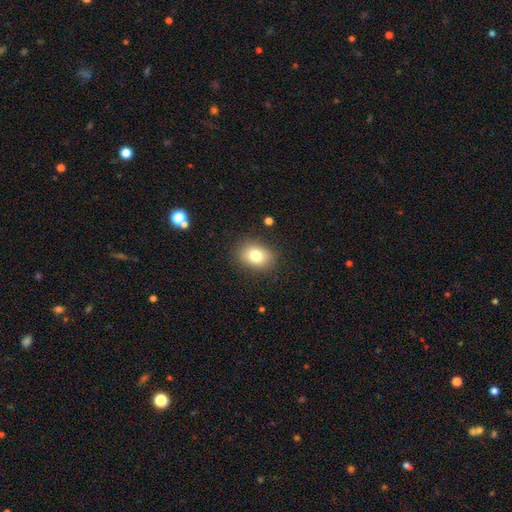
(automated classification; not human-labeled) Q: Smooth or featured?
A: smooth (79%); runner-up: featured or disk (11%)
Q: How rounded?
A: in between (66%); runner-up: round (33%)
Q: Merging?
A: none (86%); runner-up: minor disturbance (10%)